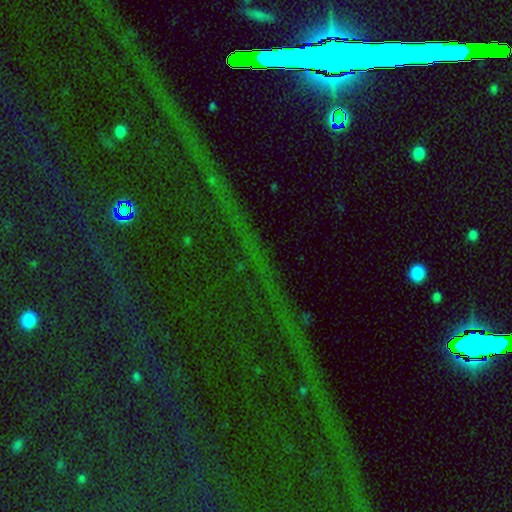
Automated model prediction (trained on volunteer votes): Smooth or featured? Predicted: star or artifact (p=0.79).